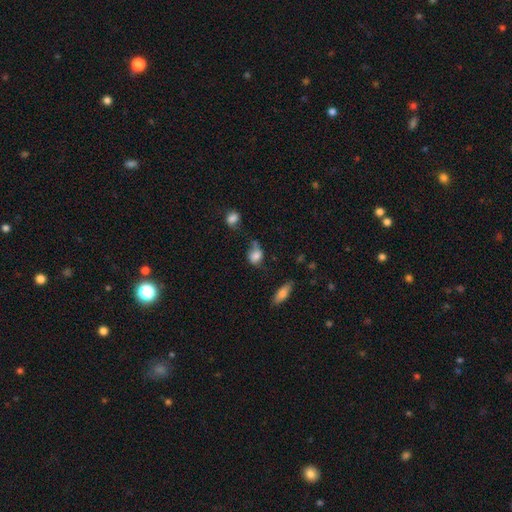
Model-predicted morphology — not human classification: This is likely a smooth galaxy (80%). How rounded: possibly round (49%, tied with in between). Merging: possibly none (45%).